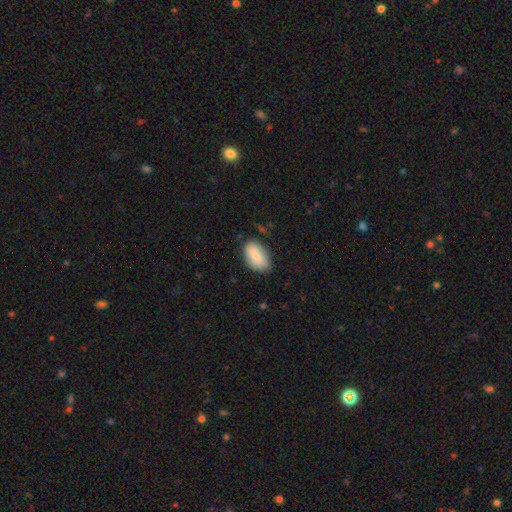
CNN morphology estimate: Smooth or featured: smooth — 77% (featured or disk — 17%)
How rounded: in between — 93% (round — 5%)
Merging: none — 80% (minor disturbance — 15%)